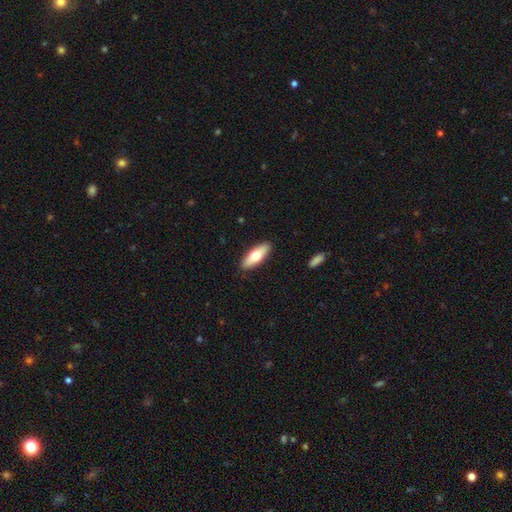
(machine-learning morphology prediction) smooth-or-featured: smooth: 67% | featured or disk: 28% | star or artifact: 5%
  how-rounded: in between: 61% | cigar-shaped: 36% | round: 2%
  merging: none: 90% | minor disturbance: 8% | major disturbance: 2% | merger: 1%